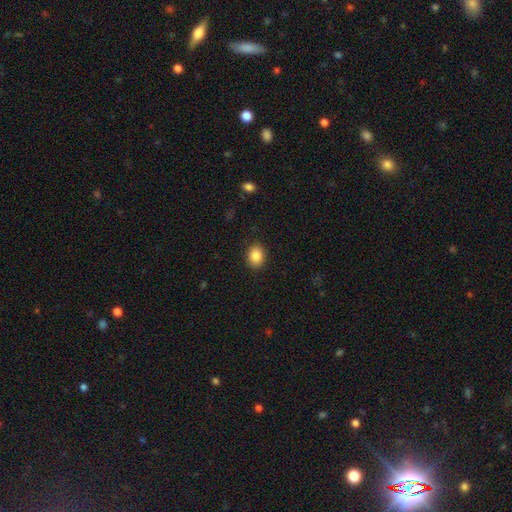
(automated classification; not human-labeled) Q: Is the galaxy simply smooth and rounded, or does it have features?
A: smooth — 87%.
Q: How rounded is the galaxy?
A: in between — 52%.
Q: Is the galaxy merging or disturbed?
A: none — 89%.